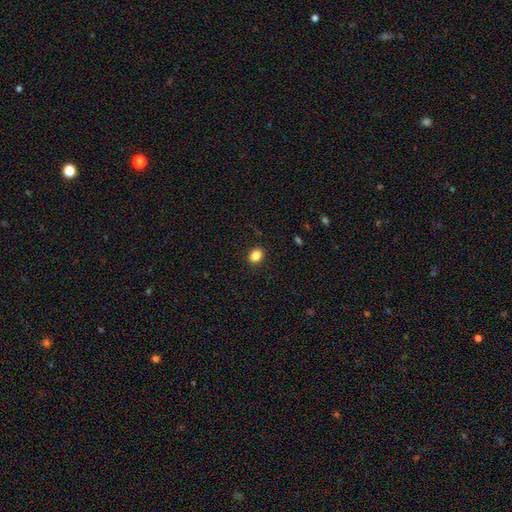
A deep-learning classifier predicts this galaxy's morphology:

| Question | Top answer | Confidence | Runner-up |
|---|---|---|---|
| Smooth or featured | smooth | 85% | star or artifact (11%) |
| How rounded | round | 54% | in between (45%) |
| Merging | none | 90% | minor disturbance (7%) |